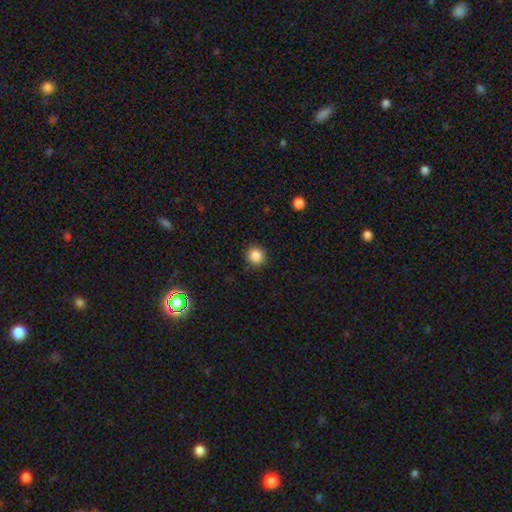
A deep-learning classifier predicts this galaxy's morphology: This is clearly a smooth galaxy (86%). How rounded: clearly round (91%). Merging: clearly none (91%).